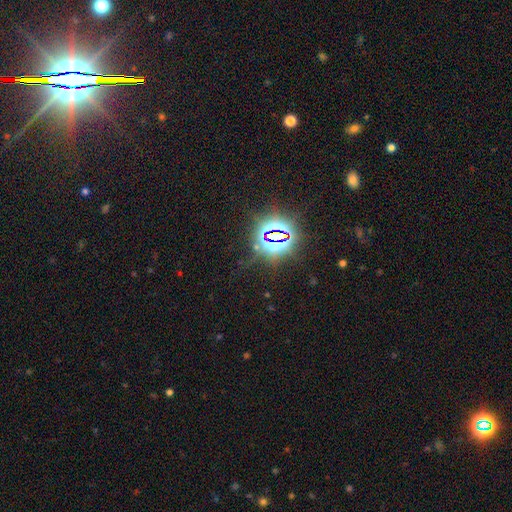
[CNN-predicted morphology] The model was most divided on "smooth or featured": star or artifact: 83%, smooth: 9%, featured or disk: 8%.